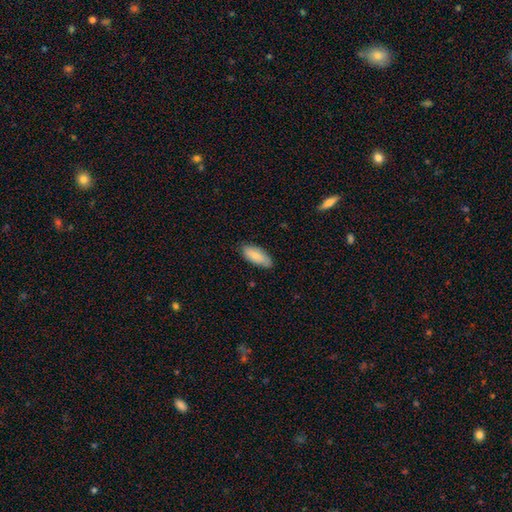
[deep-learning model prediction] Smooth or featured? Predicted: smooth (p=0.80). How rounded? Predicted: in between (p=0.87). Merging? Predicted: none (p=0.77).